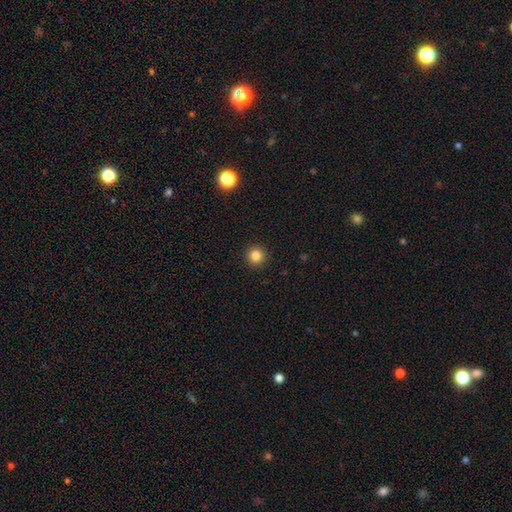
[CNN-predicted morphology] Overall: smooth (84%). How rounded: round (96%). Merging: none (93%).